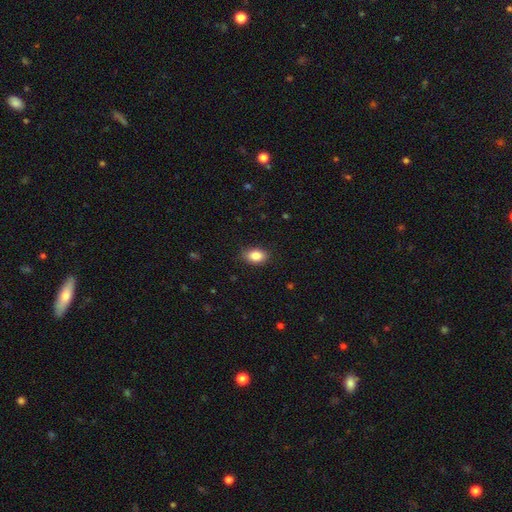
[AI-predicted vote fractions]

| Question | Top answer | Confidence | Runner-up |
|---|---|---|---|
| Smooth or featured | smooth | 86% | star or artifact (8%) |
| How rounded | in between | 84% | round (14%) |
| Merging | none | 85% | minor disturbance (11%) |